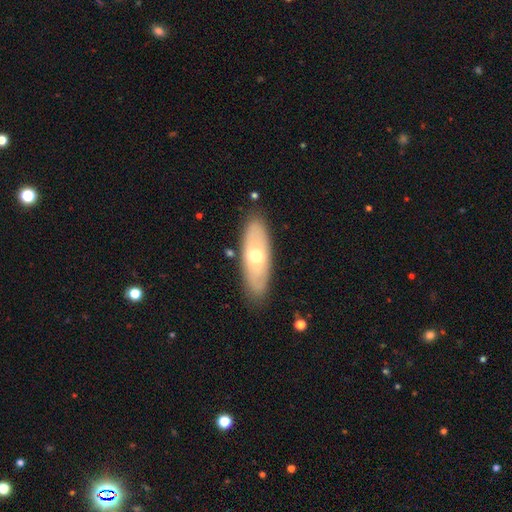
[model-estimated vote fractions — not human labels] This is possibly a featured or disk galaxy (47%). Merging: clearly none (85%).